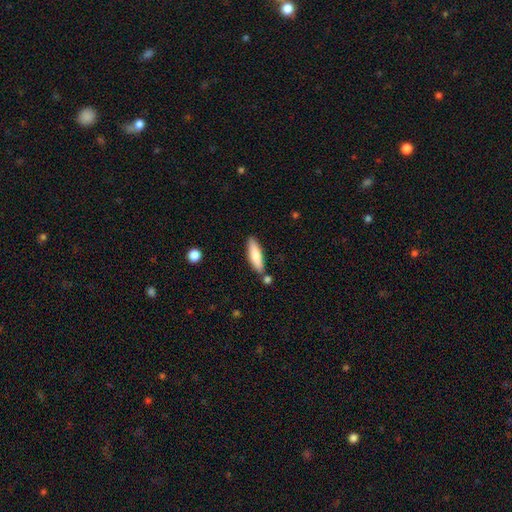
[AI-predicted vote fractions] Smooth or featured? Predicted: smooth (p=0.79). How rounded? Predicted: cigar-shaped (p=0.65). Merging? Predicted: none (p=0.78).